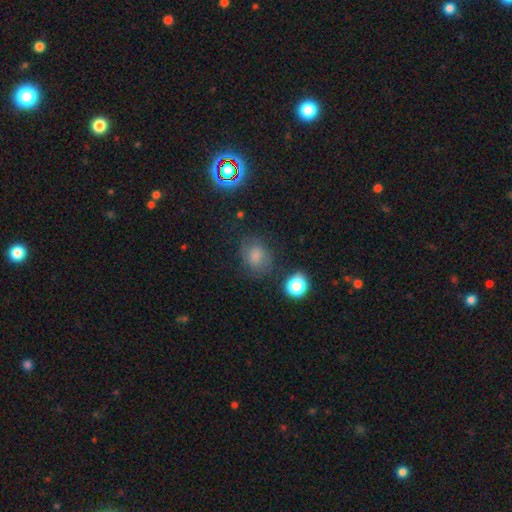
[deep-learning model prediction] smooth 63%, star or artifact 25%, featured or disk 13%. Down the decision tree: how rounded — round (52%); merging — none (75%).